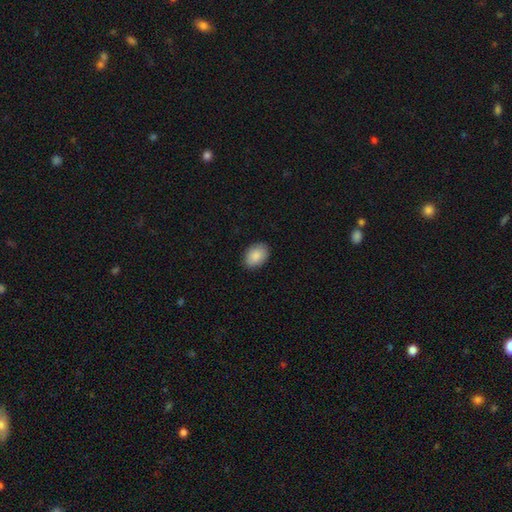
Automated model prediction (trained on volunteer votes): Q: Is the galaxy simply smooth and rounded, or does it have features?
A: smooth — 89%.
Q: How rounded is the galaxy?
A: in between — 84%.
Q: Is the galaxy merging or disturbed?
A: none — 88%.